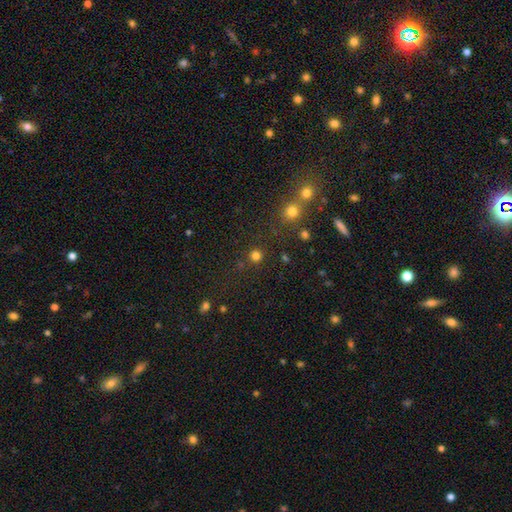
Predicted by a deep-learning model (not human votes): smooth_or_featured: smooth (p=0.78) [alt: star or artifact p=0.18]
how_rounded: round (p=0.94) [alt: in between p=0.06]
merging: none (p=0.86) [alt: minor disturbance p=0.06]